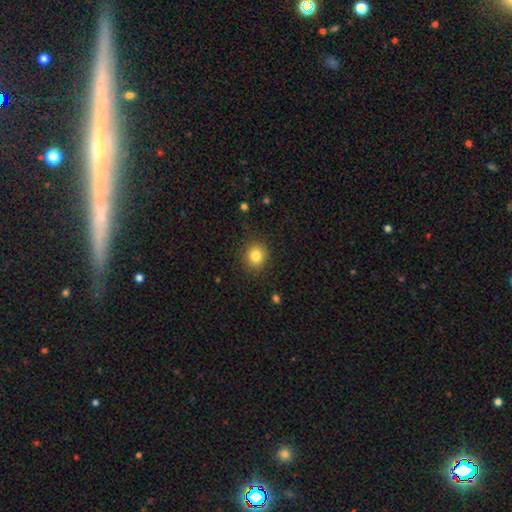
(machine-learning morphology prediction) This is clearly a smooth galaxy (82%). How rounded: likely round (79%). Merging: clearly none (87%).